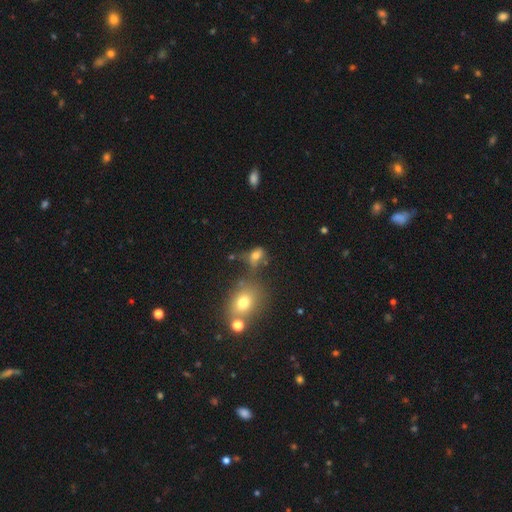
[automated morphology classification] Smooth or featured? smooth (67%)
How rounded? in between (68%)
Merging? none (42%)